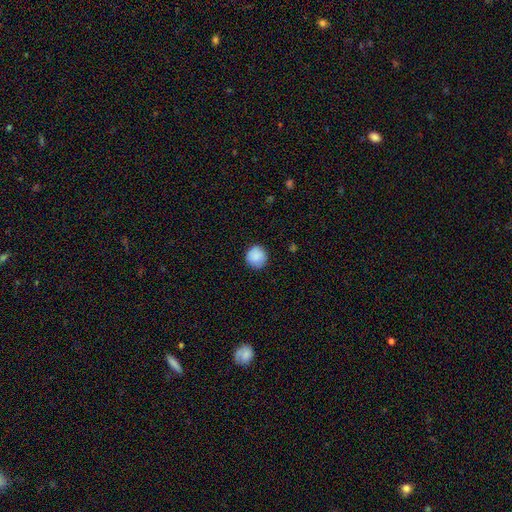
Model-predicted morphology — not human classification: Overall: smooth (89%). How rounded: round (94%). Merging: none (88%).